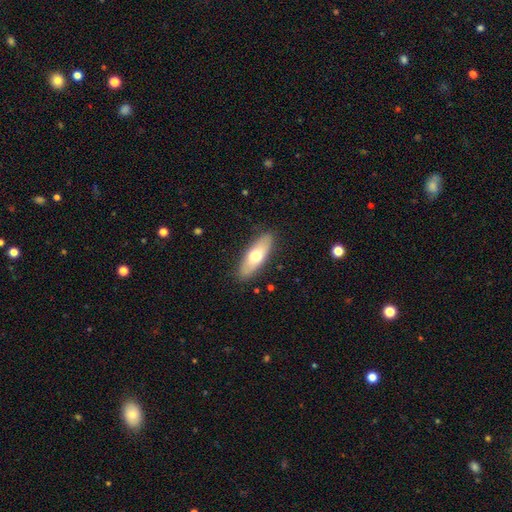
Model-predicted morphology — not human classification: Smooth or featured?
  - smooth: 65% *
  - featured or disk: 29%
  - star or artifact: 6%
How rounded?
  - in between: 59% *
  - cigar-shaped: 39%
  - round: 2%
Merging?
  - none: 87% *
  - minor disturbance: 10%
  - major disturbance: 2%
  - merger: 1%